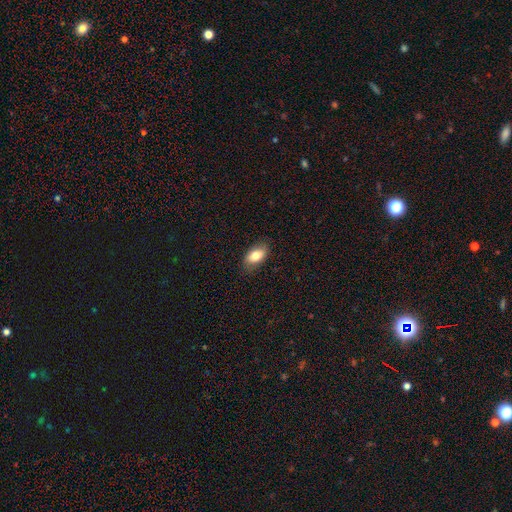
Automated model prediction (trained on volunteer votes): smooth-or-featured: smooth: 79% | featured or disk: 14% | star or artifact: 7%
  how-rounded: in between: 91% | round: 6% | cigar-shaped: 3%
  merging: none: 84% | minor disturbance: 13% | major disturbance: 3% | merger: 1%